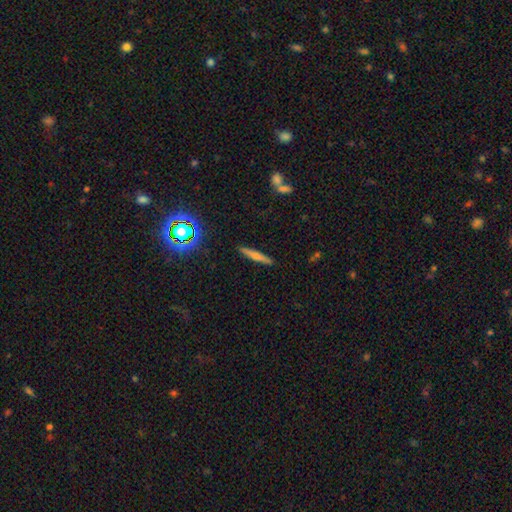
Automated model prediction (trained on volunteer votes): Smooth or featured? featured or disk (48%)
Merging? none (89%)